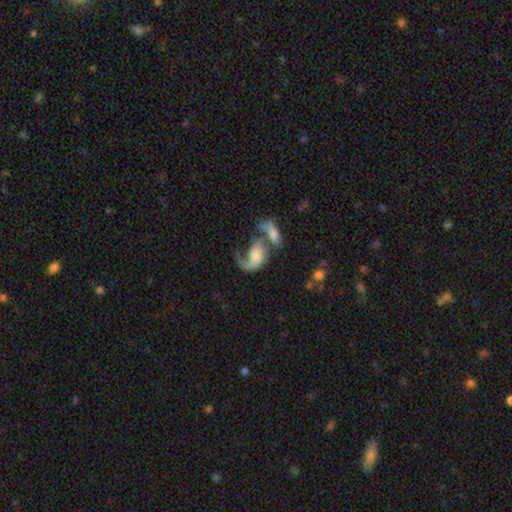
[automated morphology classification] Smooth or featured? Predicted: featured or disk (p=0.63). Edge-on disk? Predicted: no (p=0.96). Bar? Predicted: no (p=0.64). Spiral arms? Predicted: yes (p=0.84). Spiral winding? Predicted: loose (p=0.61). Spiral arm count? Predicted: 1 (p=0.59). Bulge size? Predicted: large (p=0.30). Merging? Predicted: merger (p=0.50).